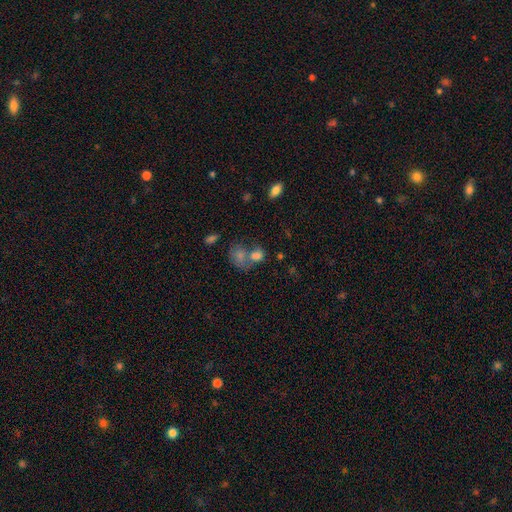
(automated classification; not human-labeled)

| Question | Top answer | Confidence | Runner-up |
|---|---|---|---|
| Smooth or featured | smooth | 76% | featured or disk (12%) |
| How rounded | in between | 54% | round (45%) |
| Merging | merger | 55% | none (29%) |